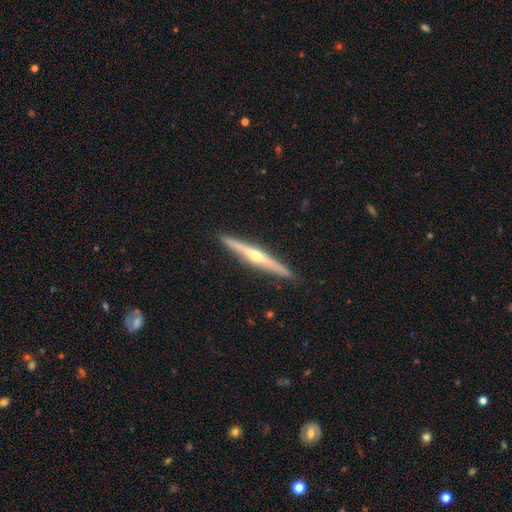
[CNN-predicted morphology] featured or disk 75%, smooth 20%, star or artifact 5%. Down the decision tree: edge-on disk — yes (98%); edge-on bulge — rounded (87%); merging — none (92%).